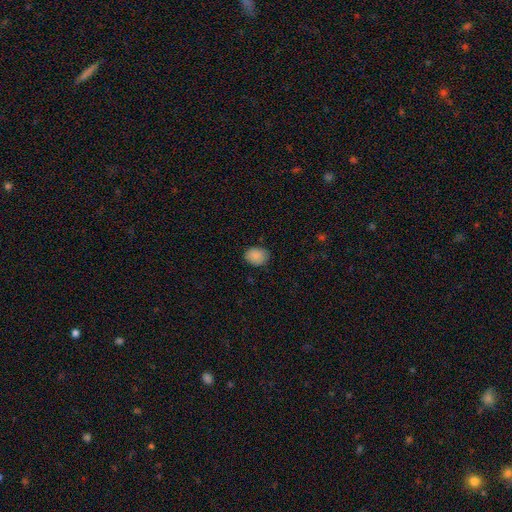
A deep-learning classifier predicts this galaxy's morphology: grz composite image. It shows a smooth galaxy with no disk features (88%) that is in between round and cigar-shaped (54%). Merging: none (82%).